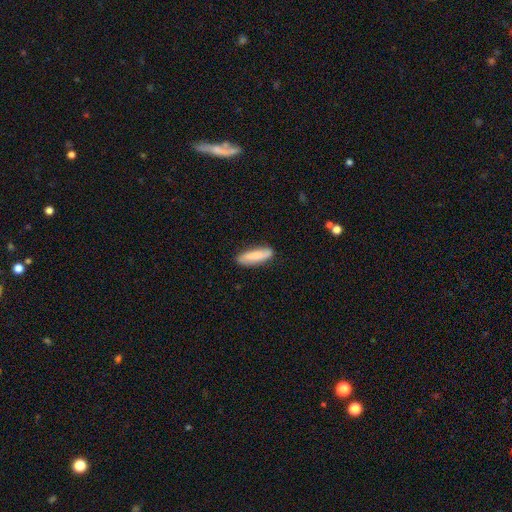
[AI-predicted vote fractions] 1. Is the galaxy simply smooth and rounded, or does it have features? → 73% smooth, 21% featured or disk, 6% star or artifact.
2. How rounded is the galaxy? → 57% cigar-shaped, 41% in between, 2% round.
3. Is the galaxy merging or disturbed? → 82% none, 14% minor disturbance, 3% major disturbance, 2% merger.